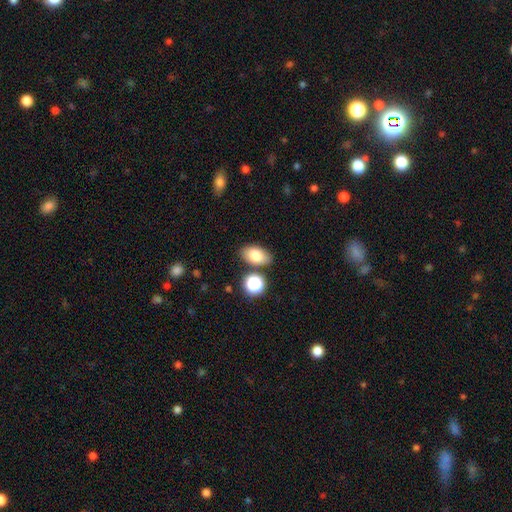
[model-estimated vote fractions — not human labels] Smooth or featured?
  - smooth: 80% *
  - featured or disk: 11%
  - star or artifact: 9%
How rounded?
  - in between: 90% *
  - round: 9%
  - cigar-shaped: 2%
Merging?
  - none: 77% *
  - minor disturbance: 12%
  - merger: 8%
  - major disturbance: 3%